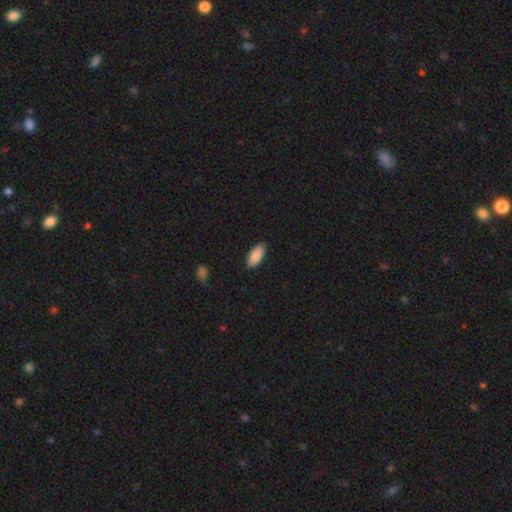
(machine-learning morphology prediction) This appears to be a smooth galaxy with no disk features (90%) that is in between round and cigar-shaped (90%). Merging: none (89%).